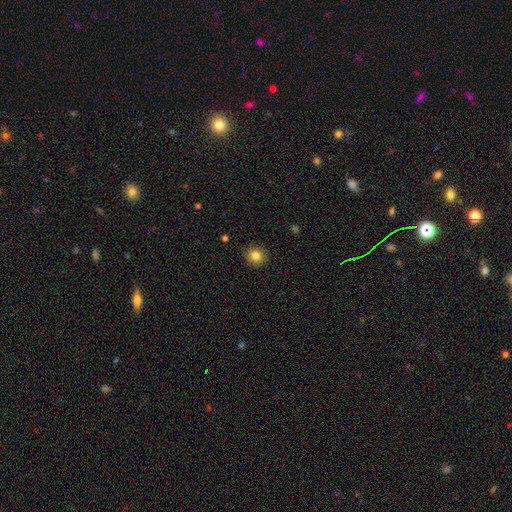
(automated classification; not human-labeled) Smooth or featured? smooth (83%)
How rounded? round (90%)
Merging? none (91%)